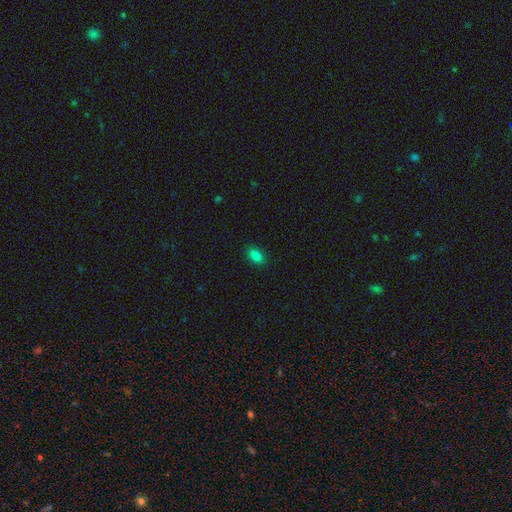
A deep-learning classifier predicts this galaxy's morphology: smooth-or-featured: smooth: 83% | star or artifact: 11% | featured or disk: 5%
  how-rounded: in between: 89% | round: 8% | cigar-shaped: 4%
  merging: none: 89% | minor disturbance: 8% | major disturbance: 2% | merger: 1%